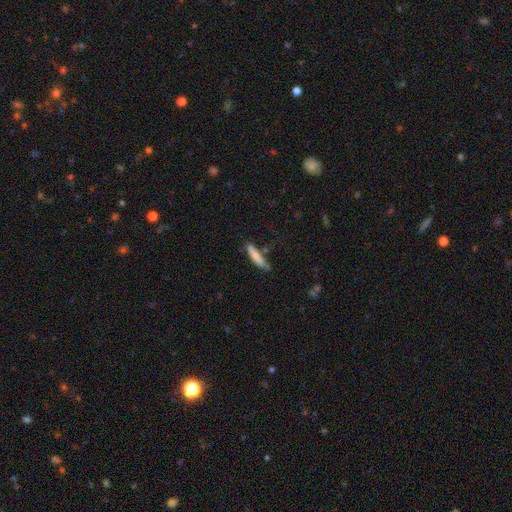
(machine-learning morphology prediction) The model was most divided on "merging": none: 67%, minor disturbance: 23%, major disturbance: 5%, merger: 5%. More confident: how rounded — cigar-shaped (84%); smooth or featured — smooth (79%).